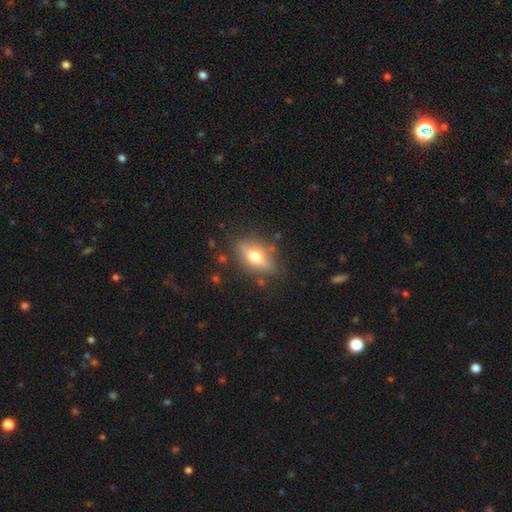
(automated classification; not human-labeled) Morphology: type=smooth (51%); roundness=in between (74%); merging=none (79%).